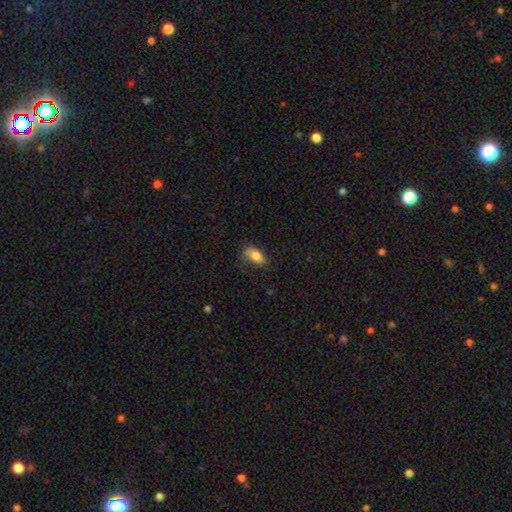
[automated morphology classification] Smooth or featured: smooth — 79% (featured or disk — 13%)
How rounded: in between — 86% (cigar-shaped — 8%)
Merging: none — 61% (minor disturbance — 28%)